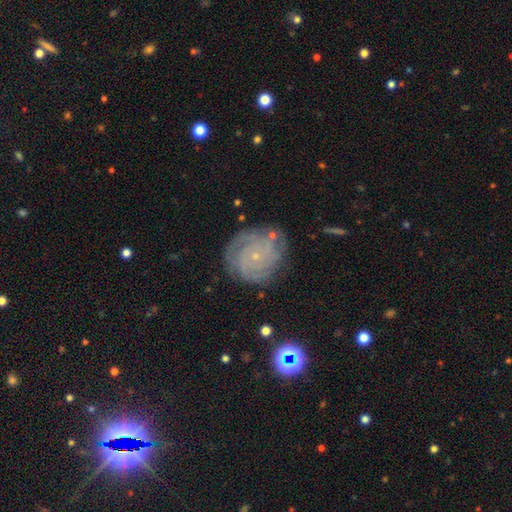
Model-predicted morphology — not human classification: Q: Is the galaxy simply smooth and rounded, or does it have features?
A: featured or disk — 81%.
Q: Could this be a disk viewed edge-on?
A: no — 98%.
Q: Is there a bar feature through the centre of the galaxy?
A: no — 81%.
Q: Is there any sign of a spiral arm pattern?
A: yes — 96%.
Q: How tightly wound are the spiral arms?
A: tight — 76%.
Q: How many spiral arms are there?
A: can't tell — 27%.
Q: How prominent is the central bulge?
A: small — 86%.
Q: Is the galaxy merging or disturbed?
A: none — 74%.